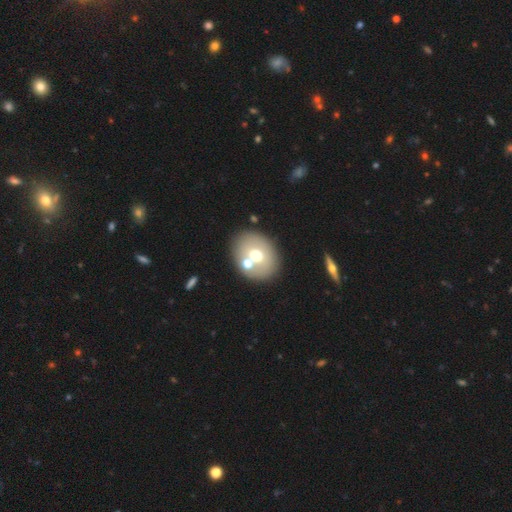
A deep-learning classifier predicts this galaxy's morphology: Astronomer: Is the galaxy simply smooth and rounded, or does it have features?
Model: smooth — 61%.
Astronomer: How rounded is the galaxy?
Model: round — 52% (runner-up: in between, 47%).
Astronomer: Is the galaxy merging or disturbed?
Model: none — 67%.